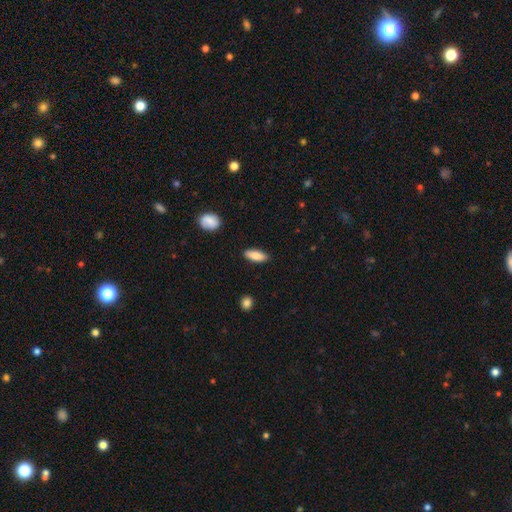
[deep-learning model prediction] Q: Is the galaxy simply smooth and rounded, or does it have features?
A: smooth — 86%.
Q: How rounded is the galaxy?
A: in between — 73%.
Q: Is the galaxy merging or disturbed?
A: none — 88%.